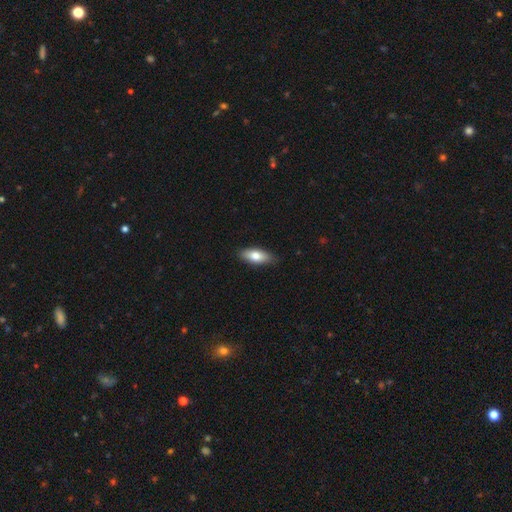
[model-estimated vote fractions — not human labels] Smooth or featured: smooth — 76% (featured or disk — 18%)
How rounded: in between — 79% (cigar-shaped — 18%)
Merging: none — 86% (minor disturbance — 11%)